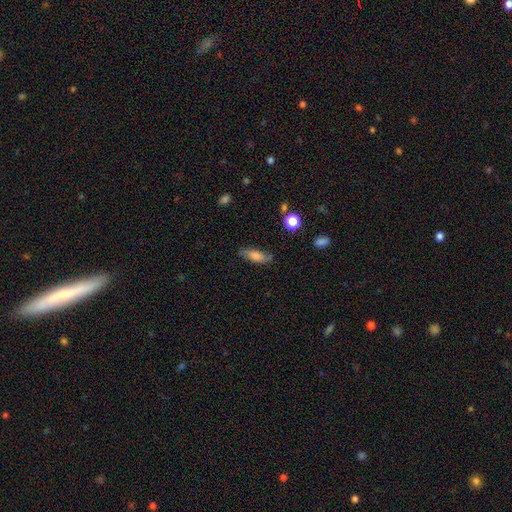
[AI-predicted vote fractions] Morphology: type=smooth (68%); roundness=in between (63%); merging=none (77%).